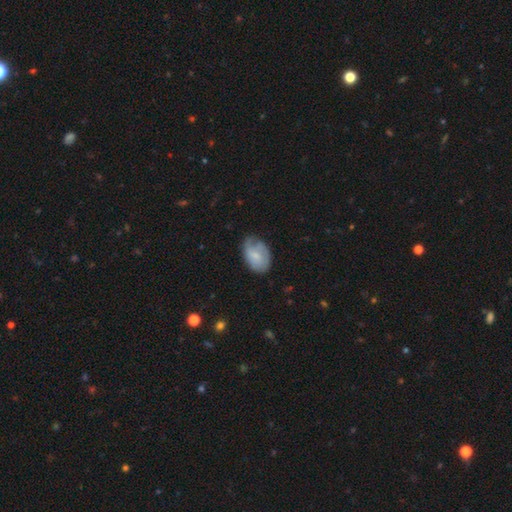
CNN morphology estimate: This appears to be a smooth galaxy with no disk features (56%) that is in between round and cigar-shaped (85%). Merging: none (58%).